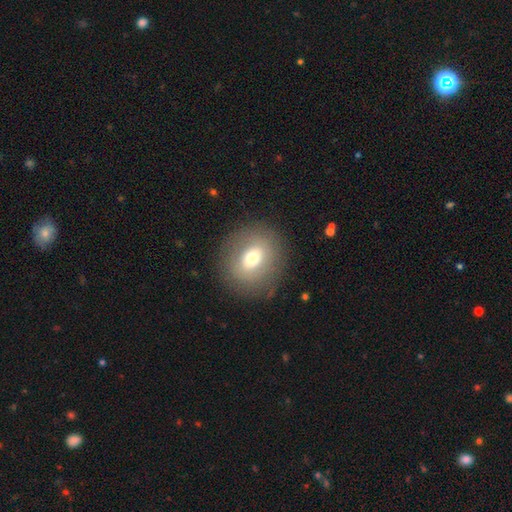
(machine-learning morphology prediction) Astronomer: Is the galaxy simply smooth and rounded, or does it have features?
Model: smooth — 53%.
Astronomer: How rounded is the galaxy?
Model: round — 82%.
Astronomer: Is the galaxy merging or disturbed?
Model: none — 89%.